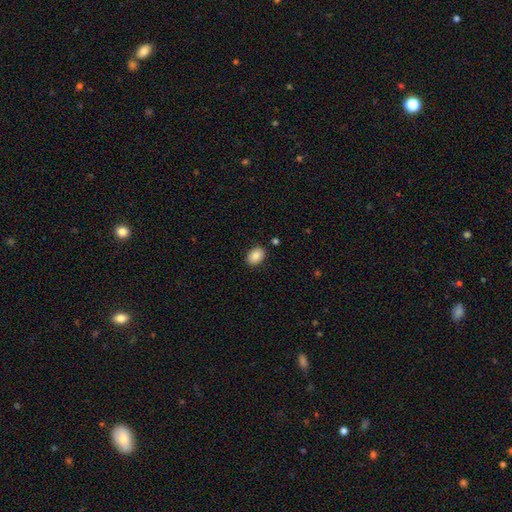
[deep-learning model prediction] smooth 87%, star or artifact 7%, featured or disk 6%. Down the decision tree: how rounded — in between (80%); merging — none (88%).